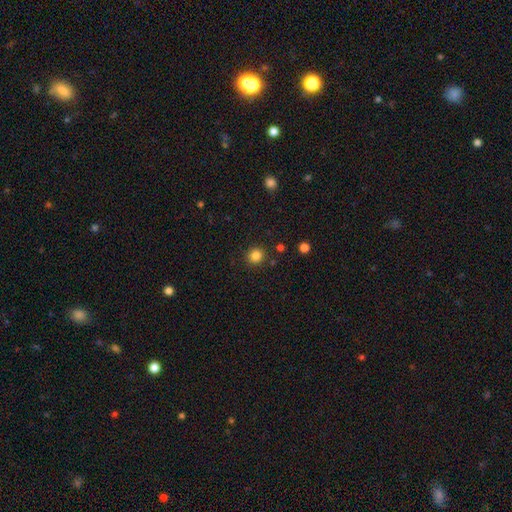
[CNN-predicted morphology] Overall: smooth (84%). How rounded: round (87%). Merging: none (89%).